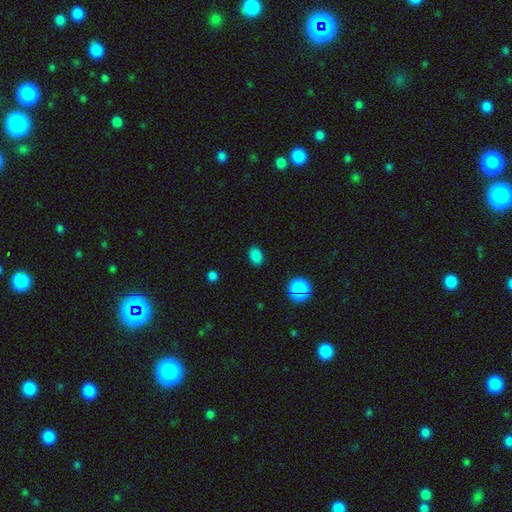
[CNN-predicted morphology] smooth_or_featured: smooth (p=0.83) [alt: star or artifact p=0.14]
how_rounded: in between (p=0.76) [alt: round p=0.23]
merging: none (p=0.87) [alt: minor disturbance p=0.09]